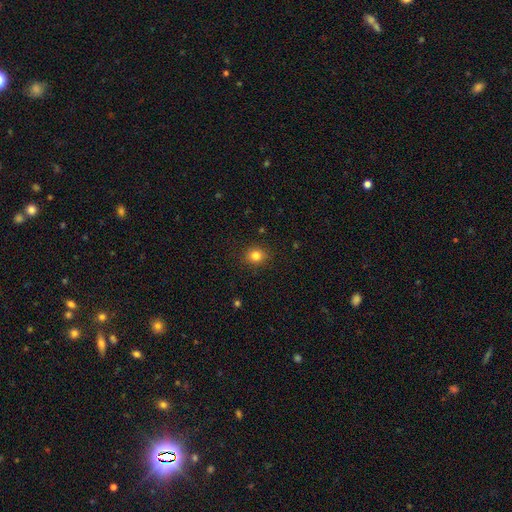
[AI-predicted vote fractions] Smooth or featured?
  - smooth: 82% *
  - star or artifact: 12%
  - featured or disk: 6%
How rounded?
  - round: 74% *
  - in between: 25%
  - cigar-shaped: 1%
Merging?
  - none: 89% *
  - minor disturbance: 7%
  - major disturbance: 2%
  - merger: 1%